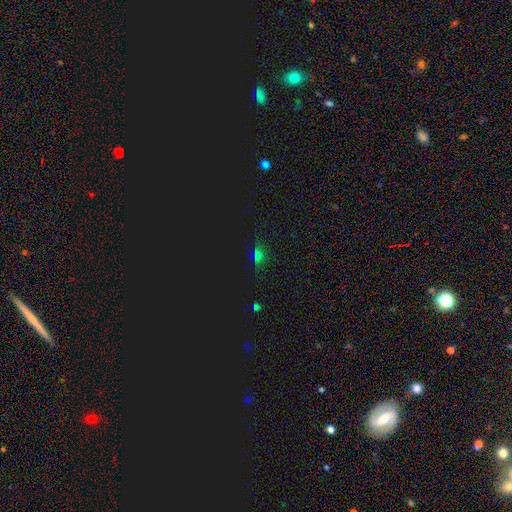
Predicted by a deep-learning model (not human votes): Morphology: type=star or artifact (46%).